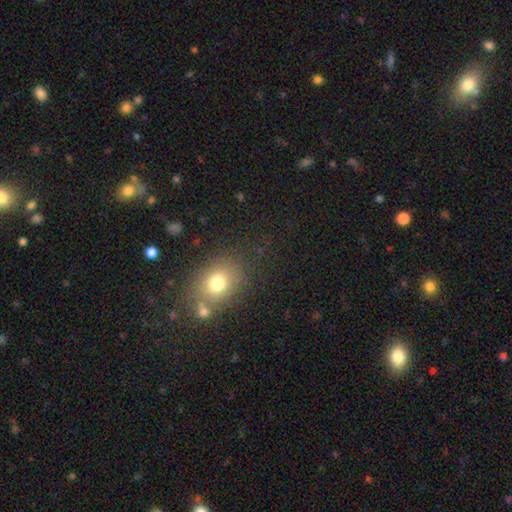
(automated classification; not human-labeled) This appears to be a smooth galaxy with no disk features (67%) that is round (60%). Merging: none (73%).